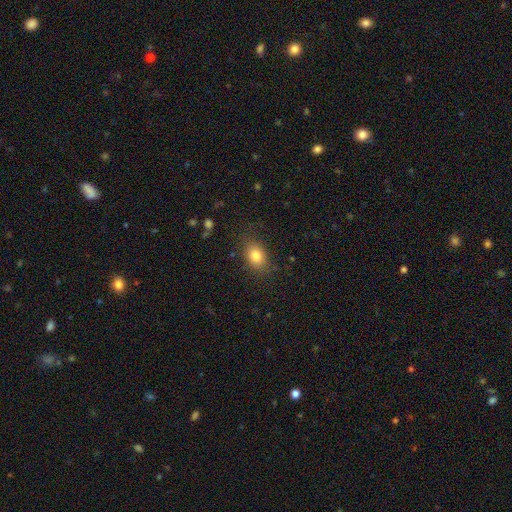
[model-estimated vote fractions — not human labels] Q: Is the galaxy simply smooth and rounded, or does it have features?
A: smooth — 82%.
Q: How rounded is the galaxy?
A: in between — 74%.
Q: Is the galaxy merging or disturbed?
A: none — 81%.